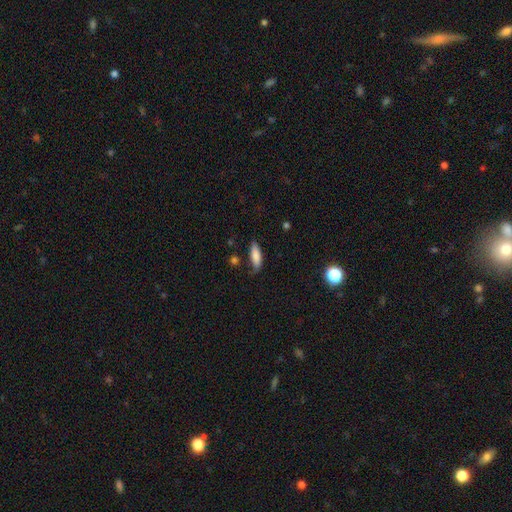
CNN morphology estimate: smooth_or_featured: smooth (p=0.82) [alt: featured or disk p=0.11]
how_rounded: in between (p=0.54) [alt: cigar-shaped p=0.44]
merging: none (p=0.64) [alt: minor disturbance p=0.27]